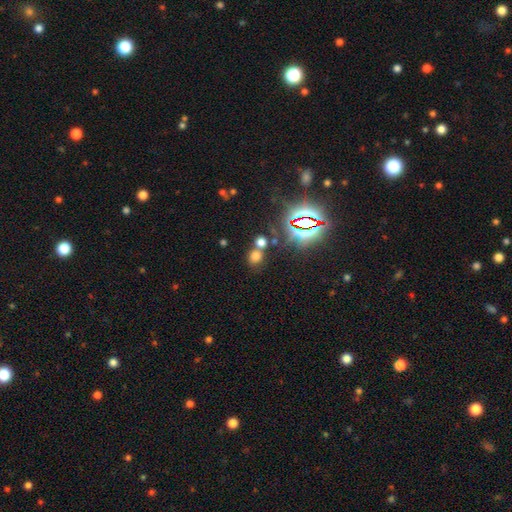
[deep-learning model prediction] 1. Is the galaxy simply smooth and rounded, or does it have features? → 61% smooth, 31% star or artifact, 7% featured or disk.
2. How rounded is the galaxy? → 72% round, 26% in between, 1% cigar-shaped.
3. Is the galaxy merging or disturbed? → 59% none, 29% merger, 9% minor disturbance, 4% major disturbance.